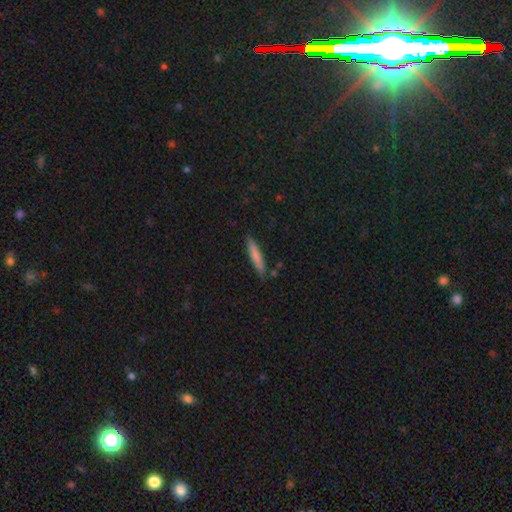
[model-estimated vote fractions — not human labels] Smooth or featured?
  - smooth: 77% *
  - featured or disk: 17%
  - star or artifact: 6%
How rounded?
  - cigar-shaped: 90% *
  - in between: 8%
  - round: 1%
Merging?
  - none: 84% *
  - minor disturbance: 11%
  - merger: 3%
  - major disturbance: 2%